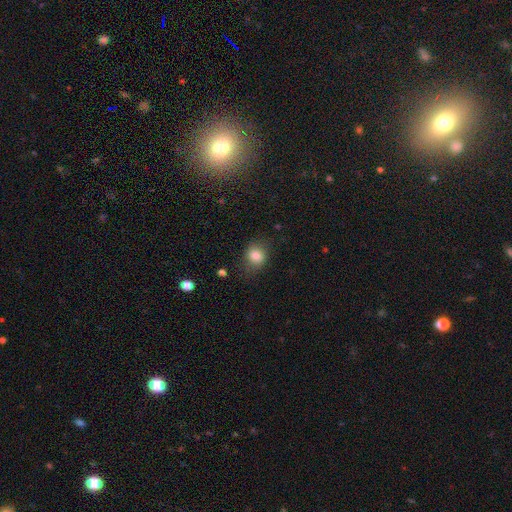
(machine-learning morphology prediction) This appears to be a smooth galaxy with no disk features (82%) that is round (59%). Merging: none (73%).